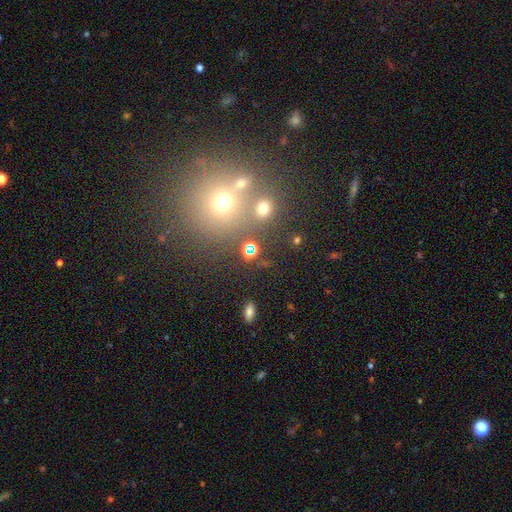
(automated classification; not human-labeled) This appears to be a smooth galaxy with no disk features (51%) that is round (87%). Merging: none (66%).